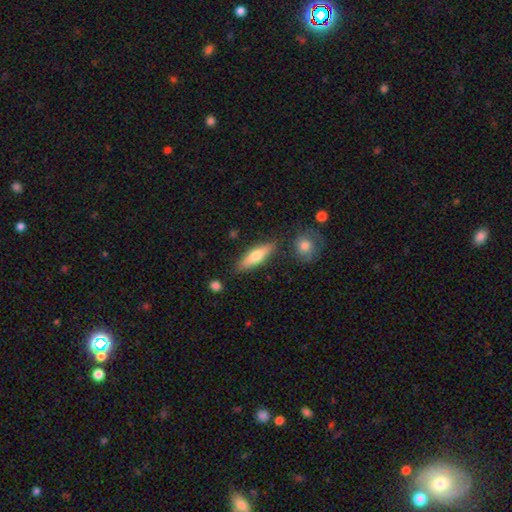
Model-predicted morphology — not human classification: smooth_or_featured: smooth (p=0.59) [alt: featured or disk p=0.35]
how_rounded: cigar-shaped (p=0.58) [alt: in between p=0.39]
merging: none (p=0.81) [alt: minor disturbance p=0.11]